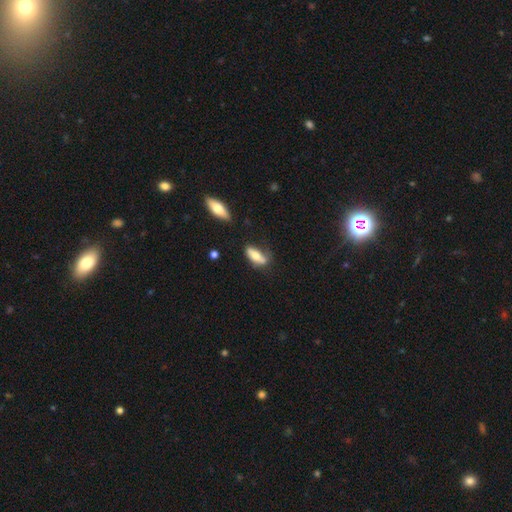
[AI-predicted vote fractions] The model was most divided on "merging": none: 43%, minor disturbance: 30%, major disturbance: 14%, merger: 13%. More confident: how rounded — in between (73%); smooth or featured — smooth (66%).